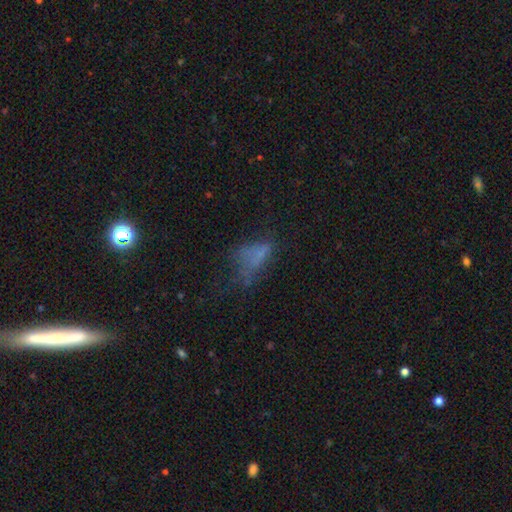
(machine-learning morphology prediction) Smooth or featured? smooth (46%)
Merging? major disturbance (40%)